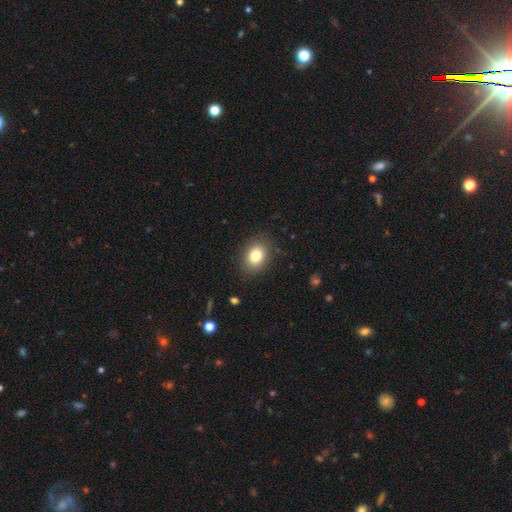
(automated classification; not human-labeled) Morphology: type=smooth (81%); roundness=in between (66%); merging=none (85%).